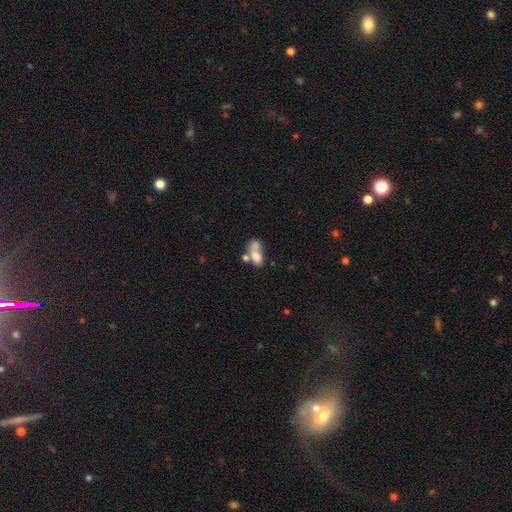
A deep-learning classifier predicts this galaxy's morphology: type=smooth (65%); roundness=in between (81%); merging=merger (60%).